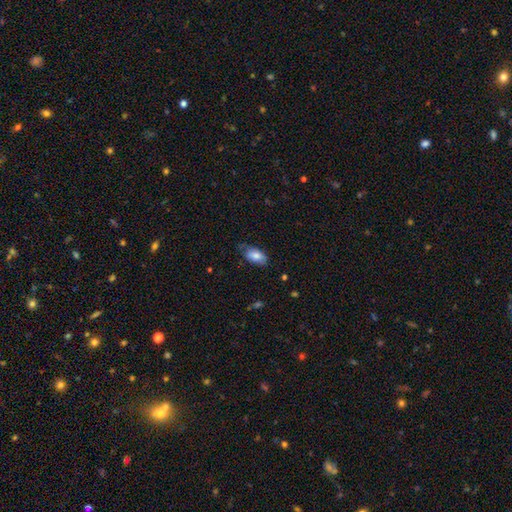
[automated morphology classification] type=smooth (76%); roundness=in between (92%); merging=none (59%).